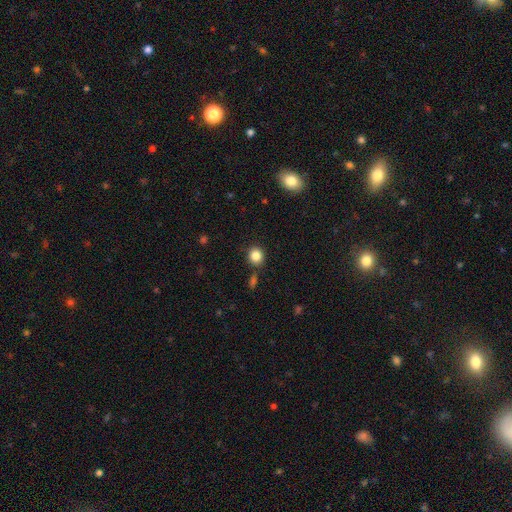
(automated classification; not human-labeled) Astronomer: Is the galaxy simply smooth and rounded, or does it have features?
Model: smooth — 85%.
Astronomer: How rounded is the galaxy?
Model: round — 84%.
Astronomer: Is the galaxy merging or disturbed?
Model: none — 82%.